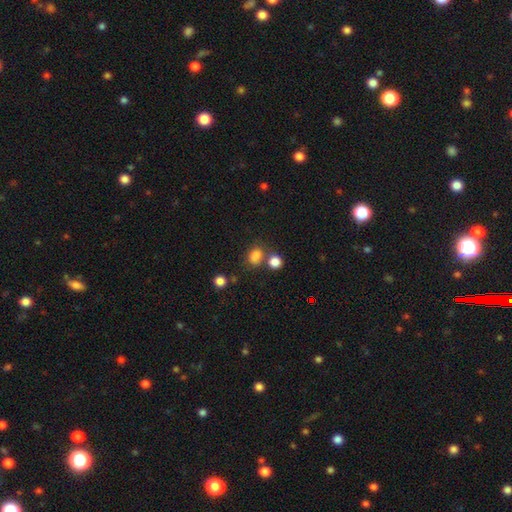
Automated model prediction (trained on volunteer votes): A smooth galaxy with no disk features (80%) that is in between round and cigar-shaped (54%).

Vote fractions:
- Smooth or featured? smooth: 80% / star or artifact: 14% / featured or disk: 6%
- How rounded? in between: 54% / round: 45% / cigar-shaped: 1%
- Merging? none: 57% / merger: 22% / minor disturbance: 15% / major disturbance: 6%